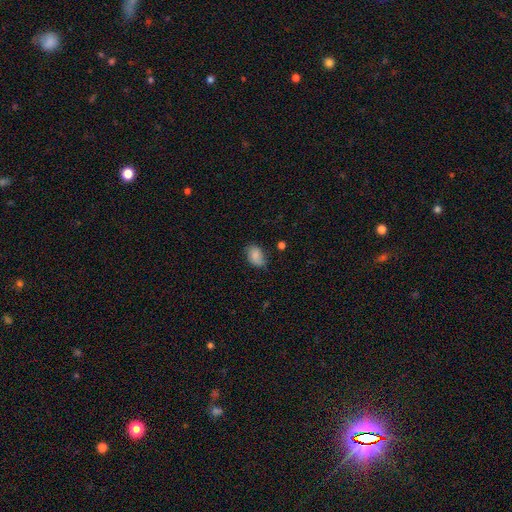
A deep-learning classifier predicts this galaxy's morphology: Smooth or featured? Predicted: smooth (p=0.83). How rounded? Predicted: in between (p=0.83). Merging? Predicted: none (p=0.66).